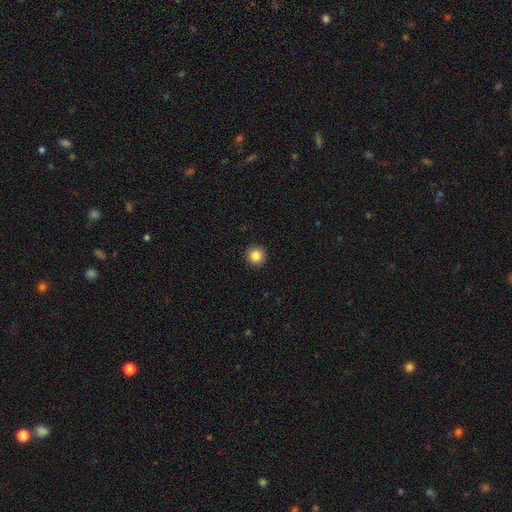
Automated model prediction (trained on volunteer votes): Smooth or featured?
  - smooth: 85% *
  - star or artifact: 10%
  - featured or disk: 5%
How rounded?
  - round: 95% *
  - in between: 4%
  - cigar-shaped: 1%
Merging?
  - none: 93% *
  - minor disturbance: 5%
  - major disturbance: 2%
  - merger: 1%